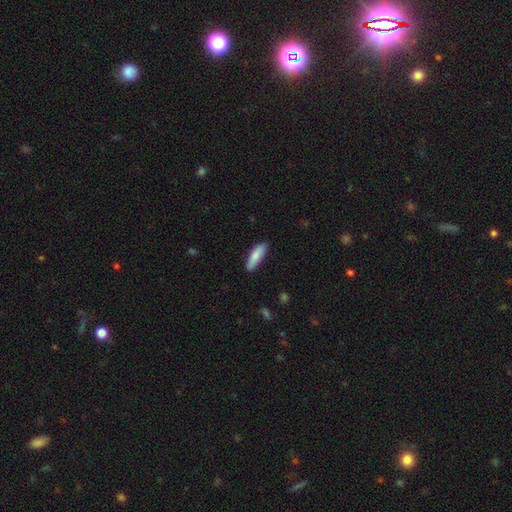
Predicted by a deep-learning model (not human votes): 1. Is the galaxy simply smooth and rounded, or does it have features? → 82% smooth, 12% featured or disk, 5% star or artifact.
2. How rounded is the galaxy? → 54% cigar-shaped, 44% in between, 2% round.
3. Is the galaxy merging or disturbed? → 85% none, 12% minor disturbance, 2% major disturbance, 1% merger.